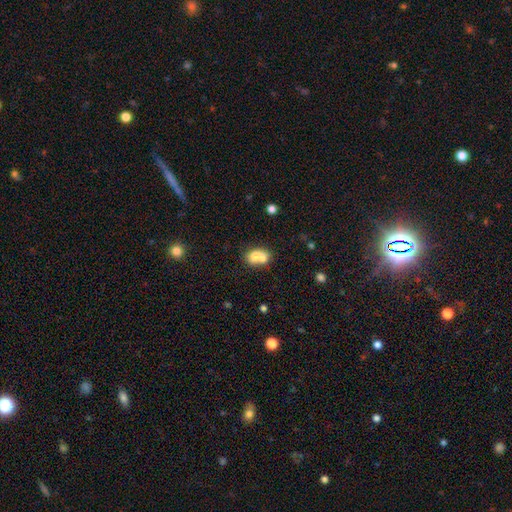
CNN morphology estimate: smooth_or_featured: smooth (p=0.70) [alt: featured or disk p=0.20]
how_rounded: in between (p=0.60) [alt: round p=0.39]
merging: merger (p=0.67) [alt: none p=0.22]